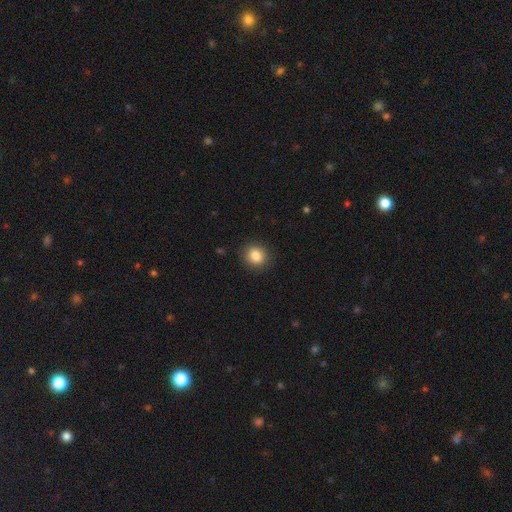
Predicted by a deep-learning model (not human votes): Smooth or featured: smooth — 85% (star or artifact — 9%)
How rounded: round — 79% (in between — 20%)
Merging: none — 90% (minor disturbance — 7%)